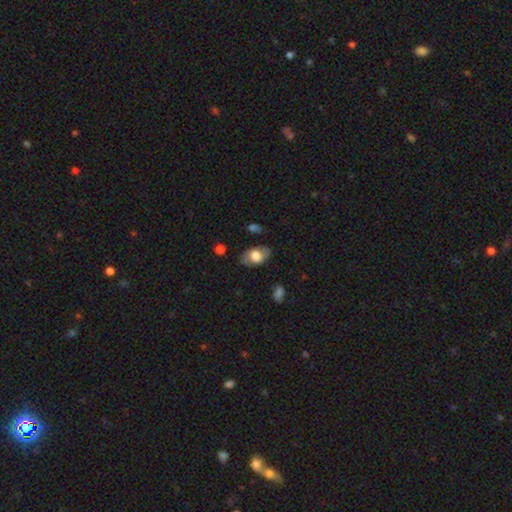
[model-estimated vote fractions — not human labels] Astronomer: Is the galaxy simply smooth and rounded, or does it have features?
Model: smooth — 61%.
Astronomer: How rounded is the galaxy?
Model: in between — 89%.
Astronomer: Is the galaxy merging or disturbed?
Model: none — 77%.